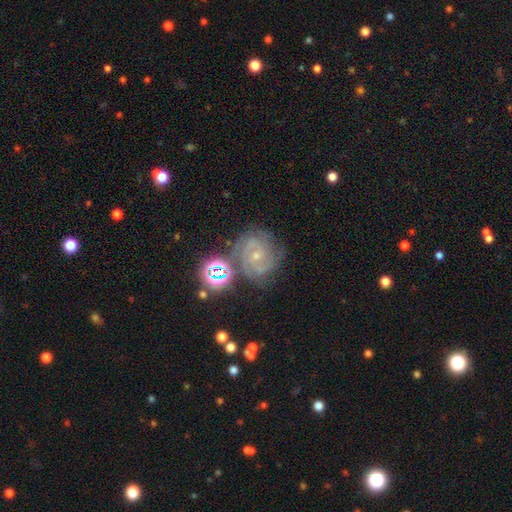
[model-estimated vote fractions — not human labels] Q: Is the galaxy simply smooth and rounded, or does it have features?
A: featured or disk — 75%.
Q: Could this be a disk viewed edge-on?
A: no — 97%.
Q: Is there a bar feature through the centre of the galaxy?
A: no — 66%.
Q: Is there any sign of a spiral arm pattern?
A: yes — 97%.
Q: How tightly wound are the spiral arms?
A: tight — 69%.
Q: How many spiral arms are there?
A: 3 — 33%.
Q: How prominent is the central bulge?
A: small — 73%.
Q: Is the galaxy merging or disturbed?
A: none — 70%.